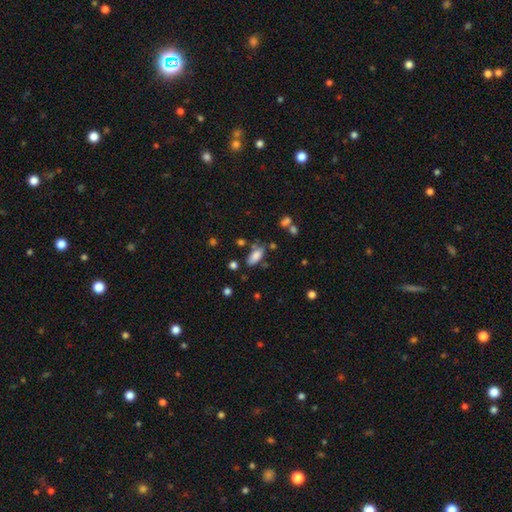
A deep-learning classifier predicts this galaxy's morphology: Q: Smooth or featured?
A: smooth (83%); runner-up: featured or disk (9%)
Q: How rounded?
A: in between (85%); runner-up: cigar-shaped (13%)
Q: Merging?
A: none (67%); runner-up: minor disturbance (18%)